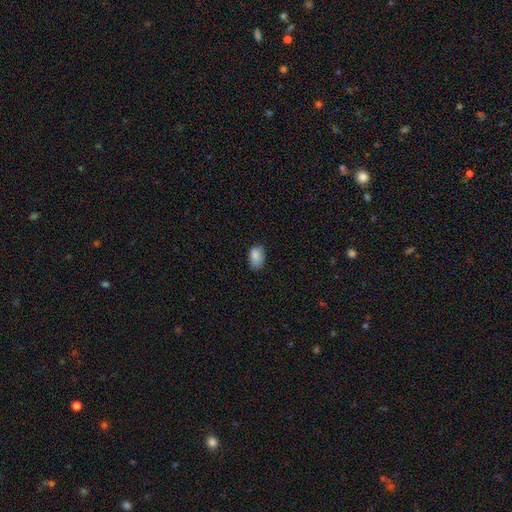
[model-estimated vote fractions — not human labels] This is clearly a smooth galaxy (85%). How rounded: clearly in between (87%). Merging: likely none (67%).